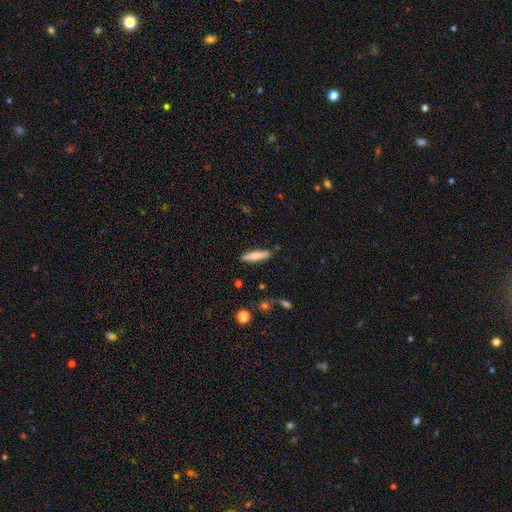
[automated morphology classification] Q: Smooth or featured?
A: smooth (78%); runner-up: featured or disk (16%)
Q: How rounded?
A: cigar-shaped (80%); runner-up: in between (18%)
Q: Merging?
A: none (87%); runner-up: minor disturbance (9%)